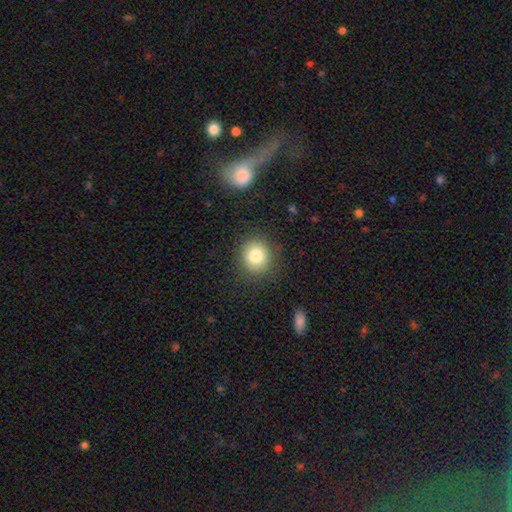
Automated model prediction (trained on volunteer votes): A smooth galaxy with no disk features (80%) that is round (84%). Merging: none (87%).